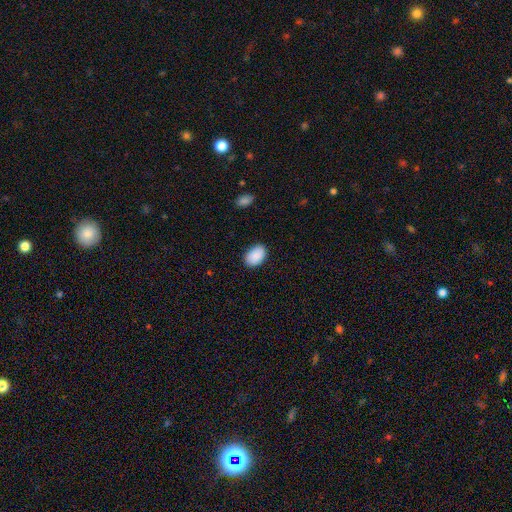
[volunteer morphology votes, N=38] A smooth galaxy with no disk features (92%) that is in between round and cigar-shaped (94%).

Vote fractions:
- Smooth or featured? smooth: 92% / star or artifact: 8% / featured or disk: 0%
- How rounded? in between: 94% / round: 6% / cigar-shaped: 0%
- Merging? none: 89% / minor disturbance: 11% / major disturbance: 0% / merger: 0%